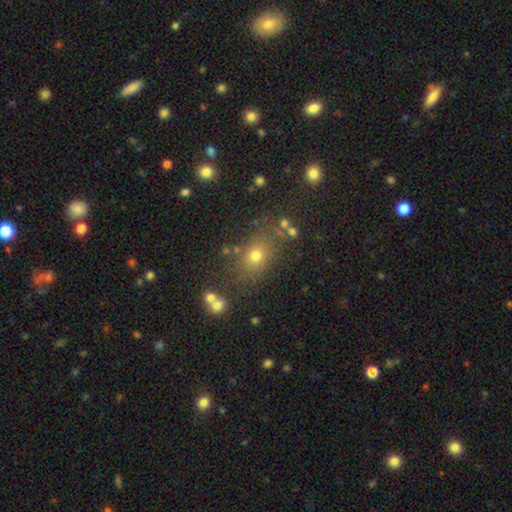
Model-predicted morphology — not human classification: smooth-or-featured: smooth: 69% | star or artifact: 19% | featured or disk: 12%
  how-rounded: in between: 58% | round: 40% | cigar-shaped: 2%
  merging: none: 75% | minor disturbance: 13% | merger: 7% | major disturbance: 6%